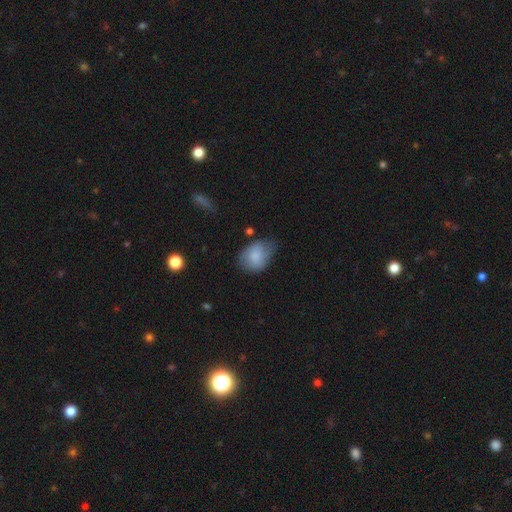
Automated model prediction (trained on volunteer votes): Morphology: type=smooth (81%); roundness=in between (72%); merging=none (46%).